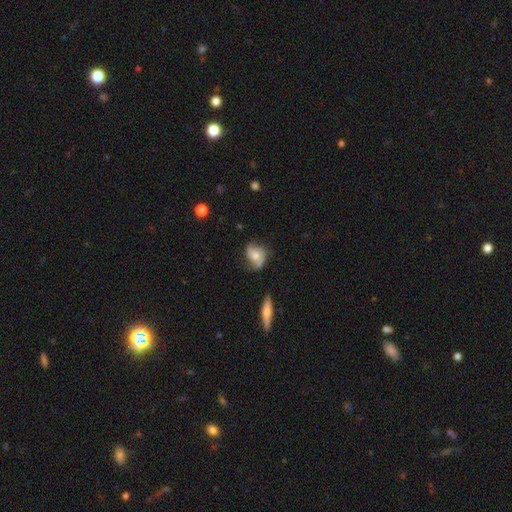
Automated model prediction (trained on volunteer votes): The model was most divided on "spiral winding": medium: 42%, loose: 35%, tight: 23%. More confident: edge-on disk — no (96%); spiral arms — yes (90%); spiral arm count — 2 (79%); bar — no (69%); smooth or featured — featured or disk (66%); bulge size — moderate (63%); merging — none (62%).